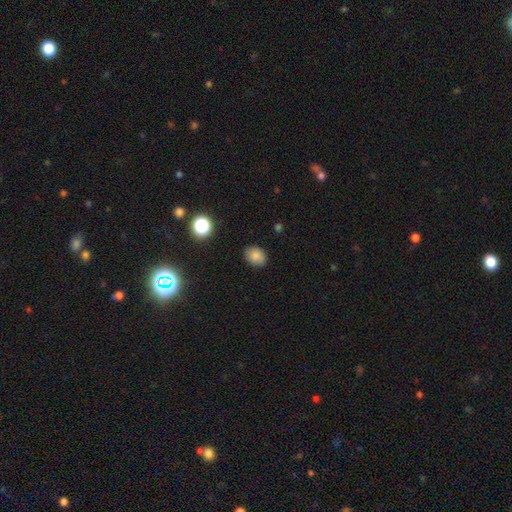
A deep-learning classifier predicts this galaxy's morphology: A smooth galaxy with no disk features (84%) that is in between round and cigar-shaped (60%). Merging: none (86%).